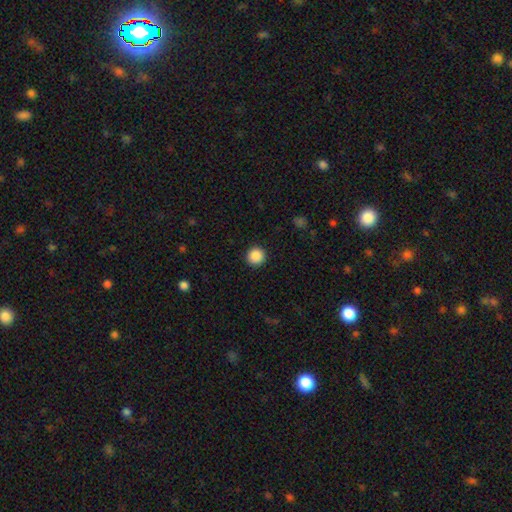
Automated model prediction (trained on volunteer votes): Smooth or featured? Predicted: smooth (p=0.88). How rounded? Predicted: round (p=0.95). Merging? Predicted: none (p=0.92).